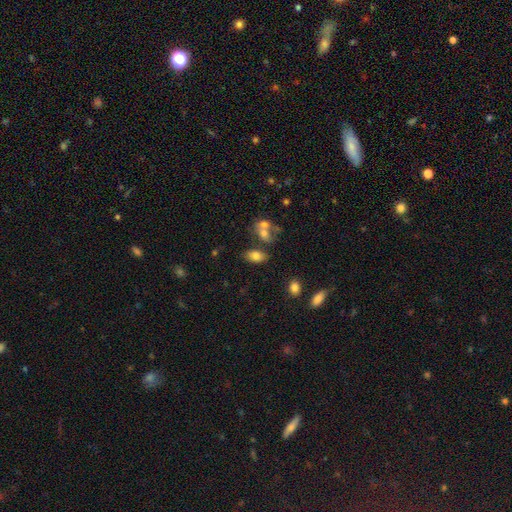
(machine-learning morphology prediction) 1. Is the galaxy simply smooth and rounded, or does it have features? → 78% smooth, 13% featured or disk, 10% star or artifact.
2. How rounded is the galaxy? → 91% in between, 7% round, 2% cigar-shaped.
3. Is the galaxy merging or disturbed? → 65% none, 17% merger, 14% minor disturbance, 5% major disturbance.